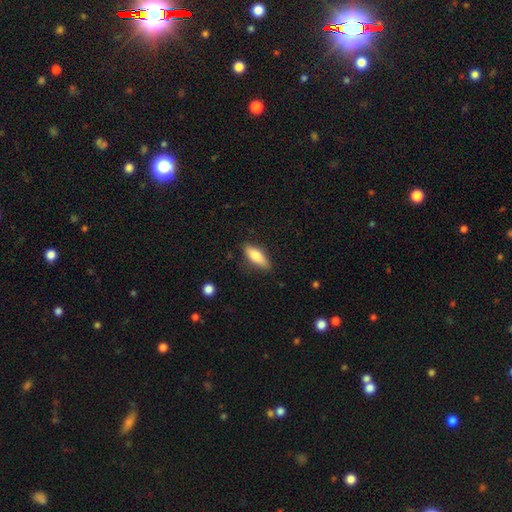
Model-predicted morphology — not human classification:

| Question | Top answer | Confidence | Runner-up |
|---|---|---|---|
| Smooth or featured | smooth | 74% | featured or disk (20%) |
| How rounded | in between | 58% | cigar-shaped (40%) |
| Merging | none | 82% | minor disturbance (13%) |